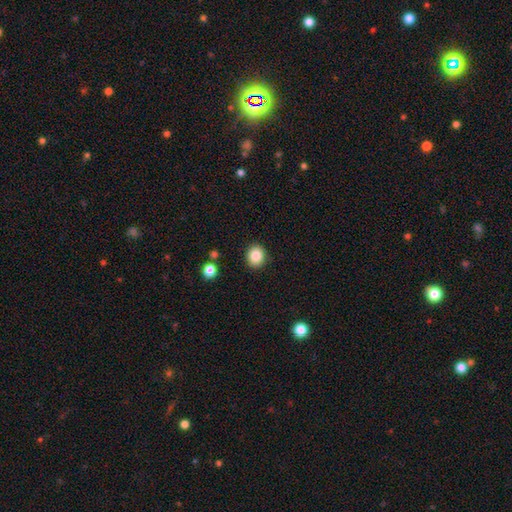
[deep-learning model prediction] The model was most divided on "how rounded": round: 72%, in between: 27%, cigar-shaped: 1%. More confident: merging — none (89%); smooth or featured — smooth (86%).